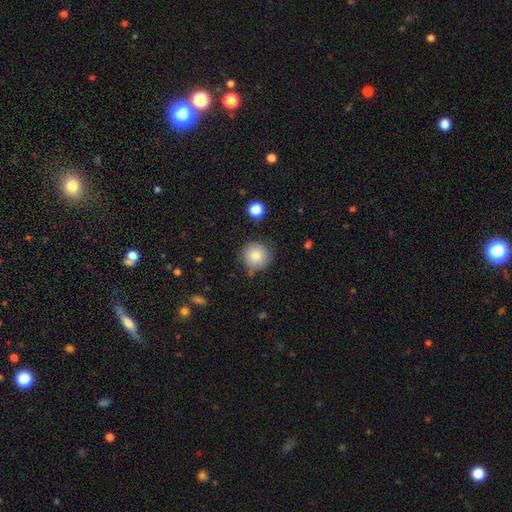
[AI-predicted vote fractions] This is clearly a smooth galaxy (81%). How rounded: clearly round (94%). Merging: likely none (78%).